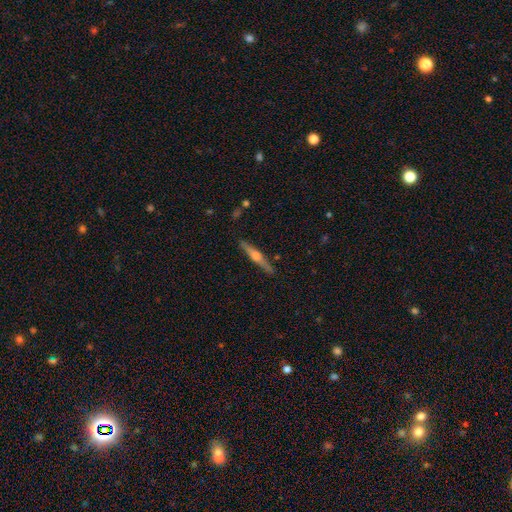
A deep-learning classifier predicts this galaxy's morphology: Smooth or featured: featured or disk — 69% (smooth — 25%)
Edge-on disk: yes — 98% (no — 2%)
Edge-on bulge: rounded — 89% (boxy — 6%)
Merging: none — 90% (minor disturbance — 7%)